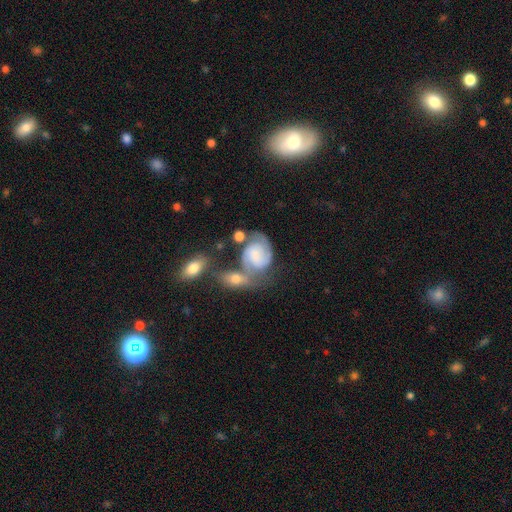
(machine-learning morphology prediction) Smooth or featured?
  - featured or disk: 68% *
  - smooth: 25%
  - star or artifact: 7%
Edge-on disk?
  - no: 97% *
  - yes: 3%
Bar?
  - no: 54% *
  - weak: 37%
  - strong: 9%
Spiral arms?
  - yes: 92% *
  - no: 8%
Spiral winding?
  - medium: 46% *
  - tight: 39%
  - loose: 15%
Spiral arm count?
  - 2: 79% *
  - can't tell: 9%
  - 3: 5%
  - 1: 4%
  - 4: 2%
  - more than 4: 2%
Bulge size?
  - none: 41% *
  - small: 29%
  - moderate: 18%
  - large: 9%
  - dominant: 3%
Merging?
  - none: 38% *
  - merger: 33%
  - minor disturbance: 17%
  - major disturbance: 11%